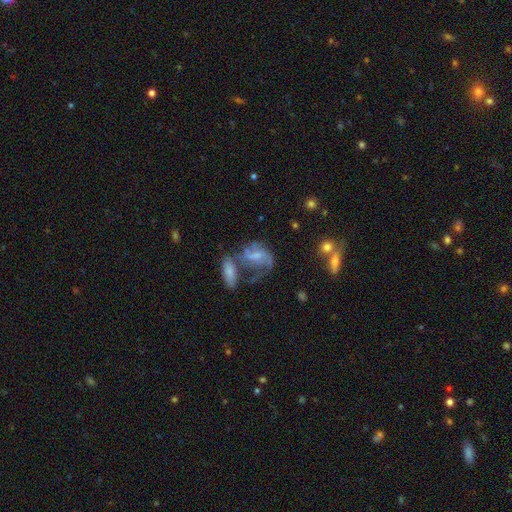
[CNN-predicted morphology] Smooth or featured?
  - featured or disk: 64% *
  - smooth: 25%
  - star or artifact: 11%
Edge-on disk?
  - no: 96% *
  - yes: 4%
Bar?
  - weak: 45% *
  - no: 39%
  - strong: 16%
Spiral arms?
  - yes: 79% *
  - no: 21%
Bulge size?
  - small: 37% *
  - none: 32%
  - moderate: 25%
  - large: 5%
  - dominant: 2%
Merging?
  - merger: 31% *
  - none: 27%
  - major disturbance: 26%
  - minor disturbance: 16%